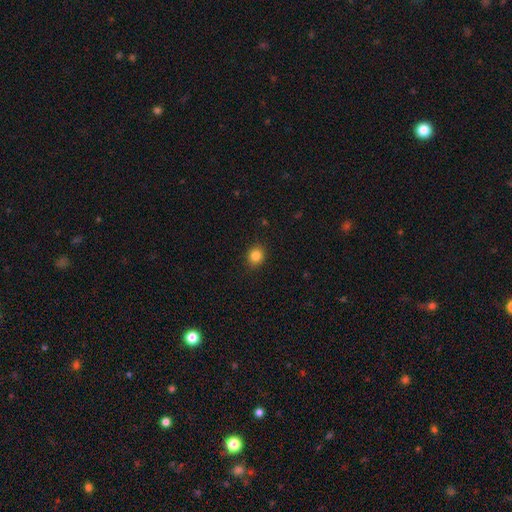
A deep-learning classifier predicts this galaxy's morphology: A smooth galaxy with no disk features (84%) that is round (77%).

Vote fractions:
- Smooth or featured? smooth: 84% / star or artifact: 11% / featured or disk: 4%
- How rounded? round: 77% / in between: 22% / cigar-shaped: 1%
- Merging? none: 88% / minor disturbance: 9% / major disturbance: 2% / merger: 1%